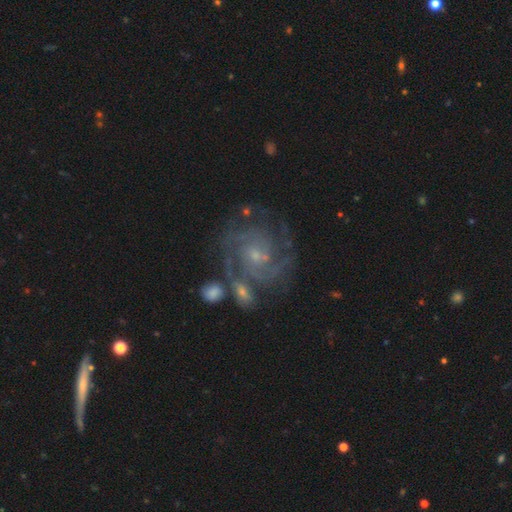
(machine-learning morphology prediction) Smooth or featured? Predicted: featured or disk (p=0.84). Edge-on disk? Predicted: no (p=0.97). Bar? Predicted: no (p=0.59). Spiral arms? Predicted: yes (p=0.96). Spiral winding? Predicted: tight (p=0.69). Spiral arm count? Predicted: 2 (p=0.38). Bulge size? Predicted: small (p=0.64). Merging? Predicted: none (p=0.69).